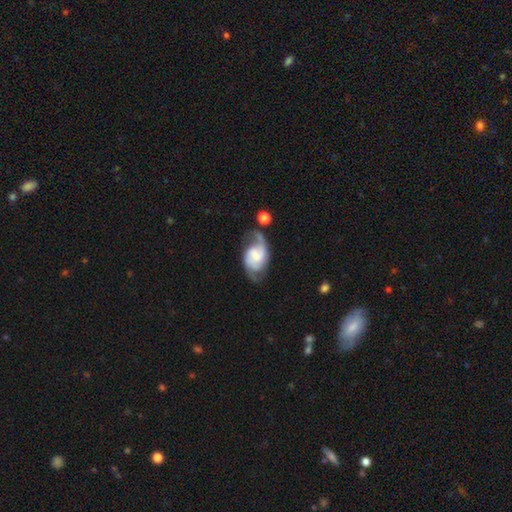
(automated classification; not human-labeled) A featured or disk galaxy (80%) with a weak bar (47%), 2 (84%) medium (47%) spiral arms (95%) and a small central bulge (32%).

Vote fractions:
- Smooth or featured? featured or disk: 80% / smooth: 14% / star or artifact: 6%
- Edge-on disk? no: 97% / yes: 3%
- Bar? weak: 47% / no: 38% / strong: 15%
- Spiral arms? yes: 95% / no: 5%
- Spiral winding? medium: 47% / loose: 34% / tight: 18%
- Spiral arm count? 2: 84% / 1: 7% / can't tell: 5% / 3: 2% / 4: 1% / more than 4: 1%
- Bulge size? small: 32% / moderate: 27% / none: 24% / large: 14% / dominant: 3%
- Merging? none: 55% / minor disturbance: 23% / major disturbance: 16% / merger: 6%